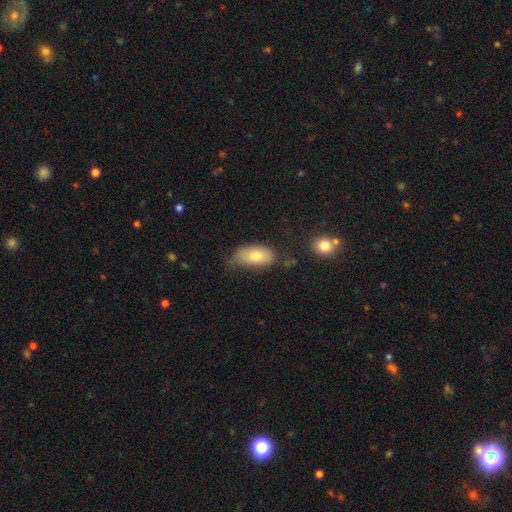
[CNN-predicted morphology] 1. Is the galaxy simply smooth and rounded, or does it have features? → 77% smooth, 15% featured or disk, 8% star or artifact.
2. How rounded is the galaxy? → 92% in between, 4% round, 4% cigar-shaped.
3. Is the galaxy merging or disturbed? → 51% none, 35% minor disturbance, 10% major disturbance, 4% merger.